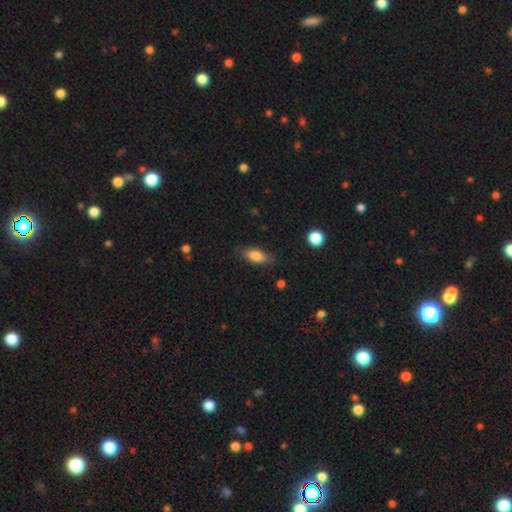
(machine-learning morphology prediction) Q: Smooth or featured?
A: smooth (79%); runner-up: featured or disk (13%)
Q: How rounded?
A: in between (80%); runner-up: cigar-shaped (16%)
Q: Merging?
A: none (77%); runner-up: minor disturbance (17%)